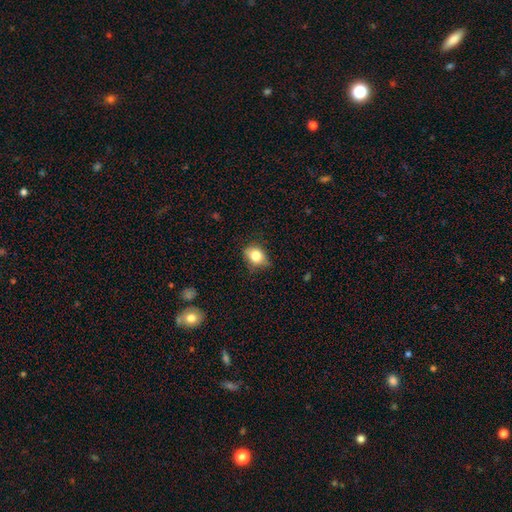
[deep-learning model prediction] Smooth or featured?
  - smooth: 78% *
  - featured or disk: 13%
  - star or artifact: 9%
How rounded?
  - in between: 61% *
  - round: 37%
  - cigar-shaped: 2%
Merging?
  - none: 66% *
  - minor disturbance: 27%
  - major disturbance: 6%
  - merger: 1%